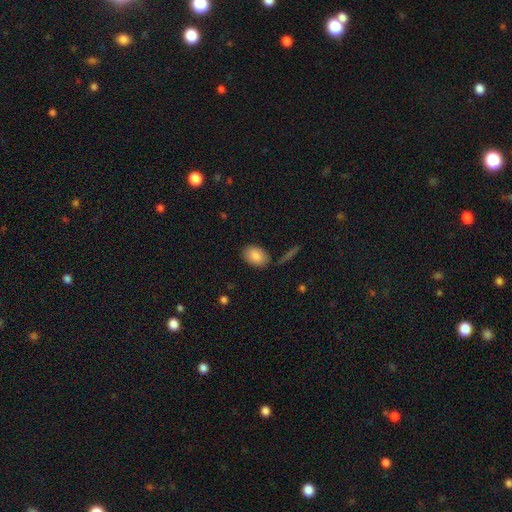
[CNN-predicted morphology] Smooth or featured: smooth — 86% (featured or disk — 7%)
How rounded: in between — 84% (round — 14%)
Merging: none — 80% (minor disturbance — 13%)